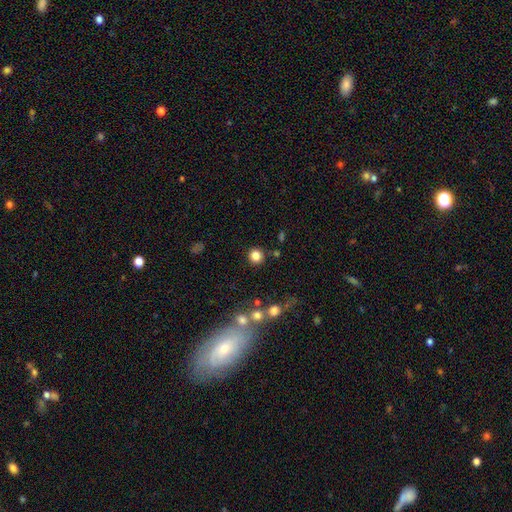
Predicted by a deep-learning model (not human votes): This is clearly a smooth galaxy (82%). How rounded: clearly round (92%). Merging: clearly none (88%).